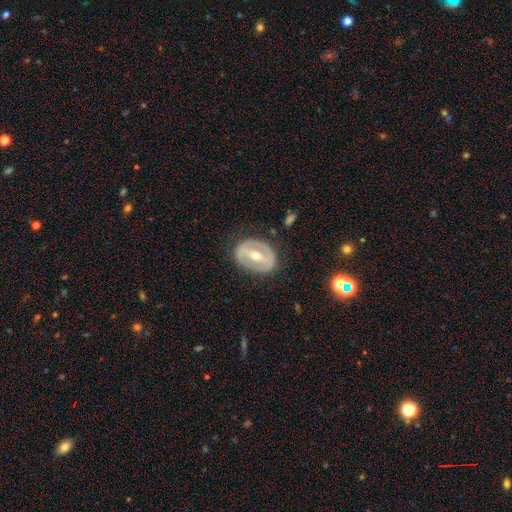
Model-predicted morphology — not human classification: featured or disk 73%, smooth 21%, star or artifact 6%. Down the decision tree: edge-on disk — no (93%); bar — strong (57%); spiral arms — no (70%); bulge size — moderate (60%); merging — none (80%).